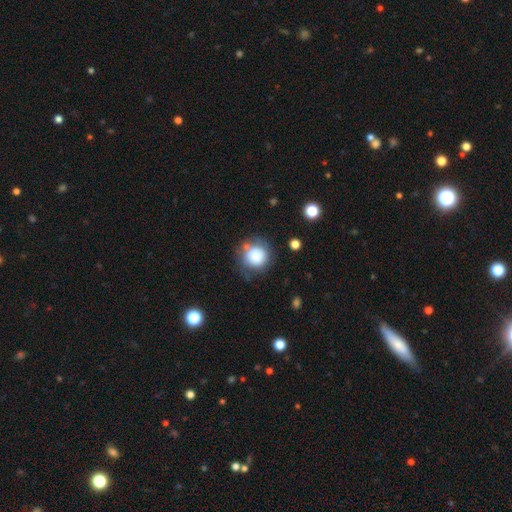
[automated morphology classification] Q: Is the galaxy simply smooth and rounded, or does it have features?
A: smooth — 82%.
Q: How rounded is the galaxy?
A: round — 89%.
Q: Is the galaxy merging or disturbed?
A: none — 63%.